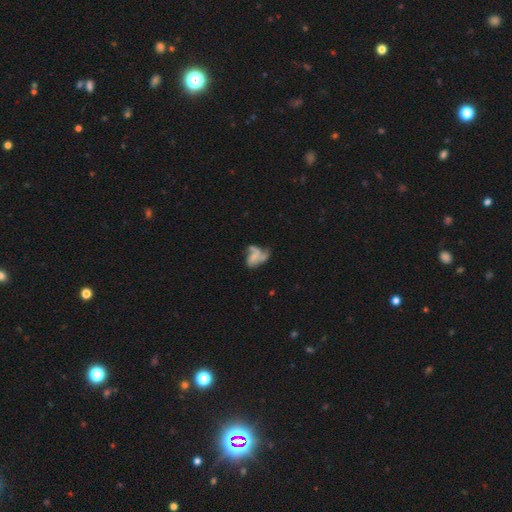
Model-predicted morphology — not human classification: Overall: featured or disk (54%; smooth 34%). Edge-on disk: no (97%). Bar: no (76%). Spiral arms: yes (54%; no 46%). Bulge size: none (63%). Merging: major disturbance (33%; none 28%).